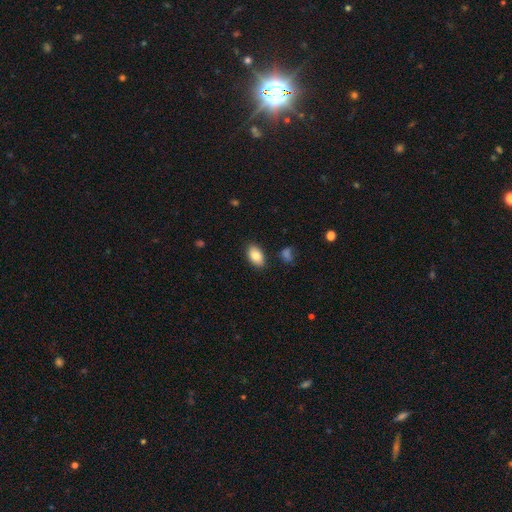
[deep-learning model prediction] Smooth or featured? Predicted: smooth (p=0.83). How rounded? Predicted: in between (p=0.92). Merging? Predicted: none (p=0.86).